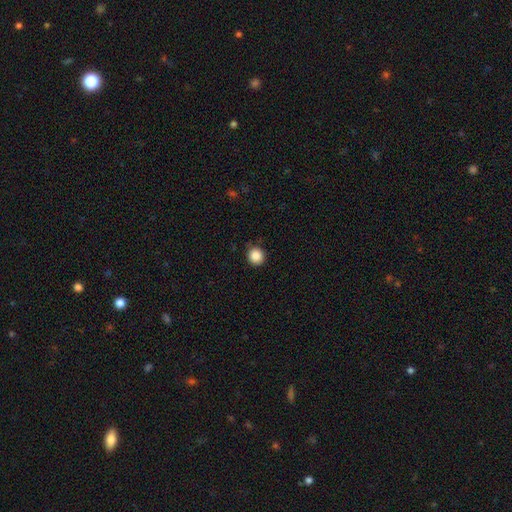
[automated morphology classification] The model was most divided on "merging": none: 86%, minor disturbance: 10%, major disturbance: 2%, merger: 1%. More confident: how rounded — round (92%); smooth or featured — smooth (87%).